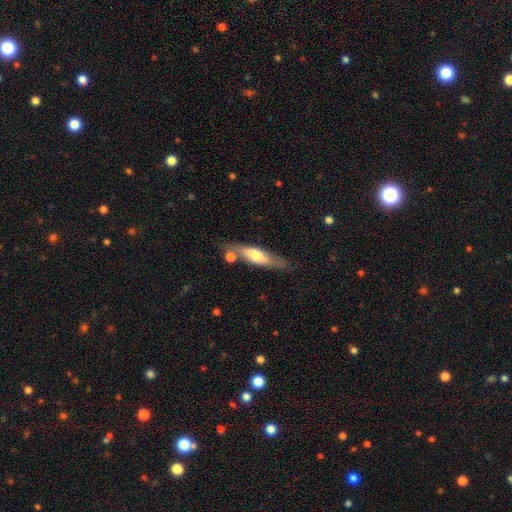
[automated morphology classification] The model was most divided on "smooth or featured": smooth: 53%, featured or disk: 41%, star or artifact: 6%. More confident: merging — none (64%); how rounded — cigar-shaped (63%).